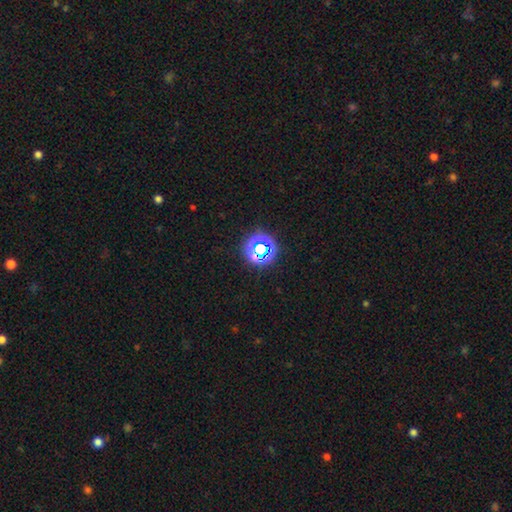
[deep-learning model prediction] Q: Smooth or featured?
A: star or artifact (64%); runner-up: smooth (25%)